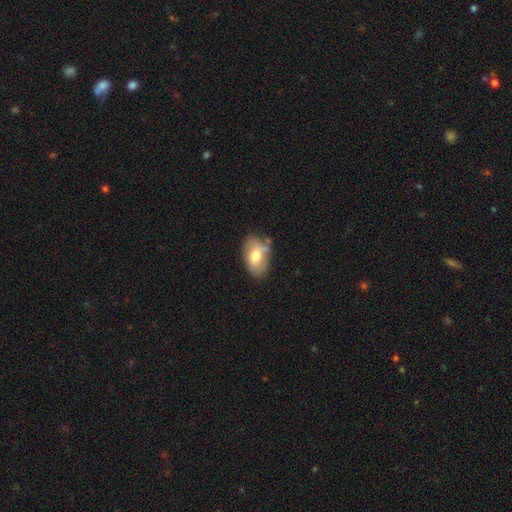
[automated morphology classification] smooth-or-featured: smooth: 68% | featured or disk: 24% | star or artifact: 7%
  how-rounded: in between: 90% | round: 8% | cigar-shaped: 2%
  merging: none: 53% | minor disturbance: 29% | merger: 9% | major disturbance: 8%